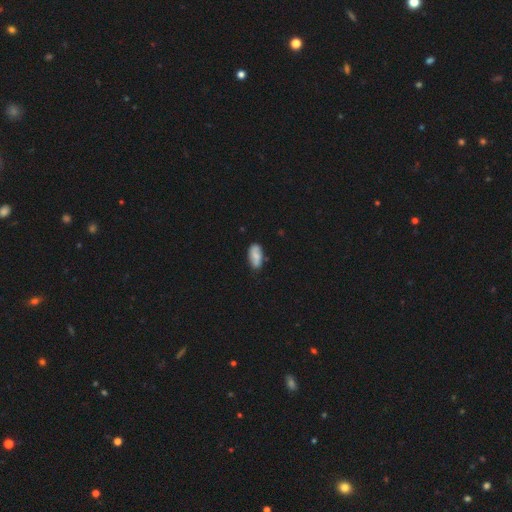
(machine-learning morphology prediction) A smooth galaxy with no disk features (72%) that is in between round and cigar-shaped (90%).

Vote fractions:
- Smooth or featured? smooth: 72% / featured or disk: 21% / star or artifact: 7%
- How rounded? in between: 90% / cigar-shaped: 7% / round: 3%
- Merging? none: 73% / minor disturbance: 21% / major disturbance: 3% / merger: 3%